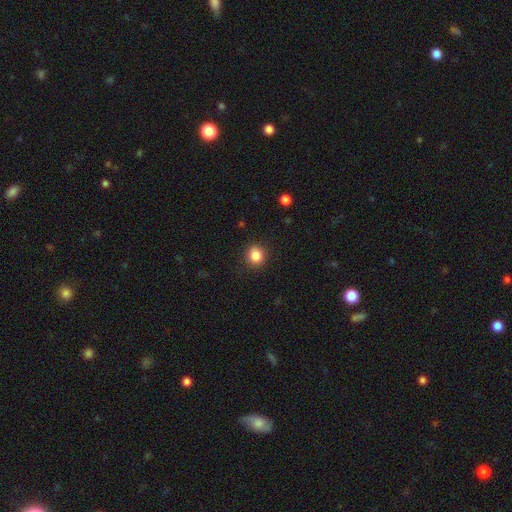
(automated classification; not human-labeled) smooth-or-featured: smooth: 85% | star or artifact: 10% | featured or disk: 4%
  how-rounded: round: 86% | in between: 13% | cigar-shaped: 1%
  merging: none: 90% | minor disturbance: 7% | major disturbance: 2% | merger: 1%